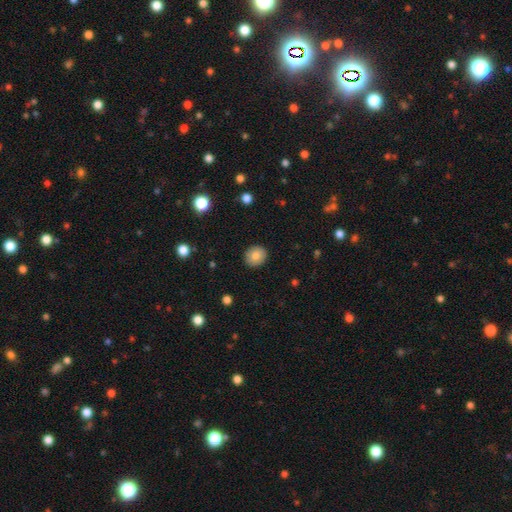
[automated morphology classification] This is clearly a smooth galaxy (80%). How rounded: likely round (79%). Merging: clearly none (91%).